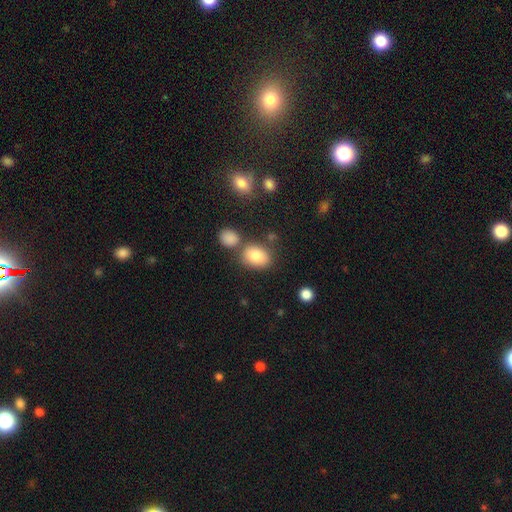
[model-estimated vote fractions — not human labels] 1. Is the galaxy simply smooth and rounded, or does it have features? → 82% smooth, 9% featured or disk, 9% star or artifact.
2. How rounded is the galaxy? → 69% in between, 30% round, 1% cigar-shaped.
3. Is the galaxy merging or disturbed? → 66% none, 16% merger, 14% minor disturbance, 5% major disturbance.